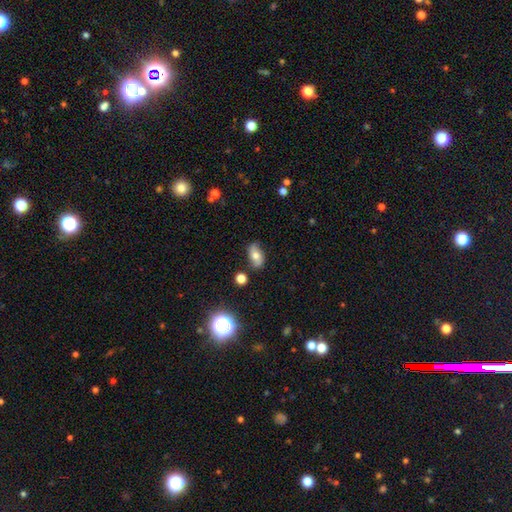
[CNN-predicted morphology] Smooth or featured? smooth (54%)
How rounded? in between (87%)
Merging? none (76%)